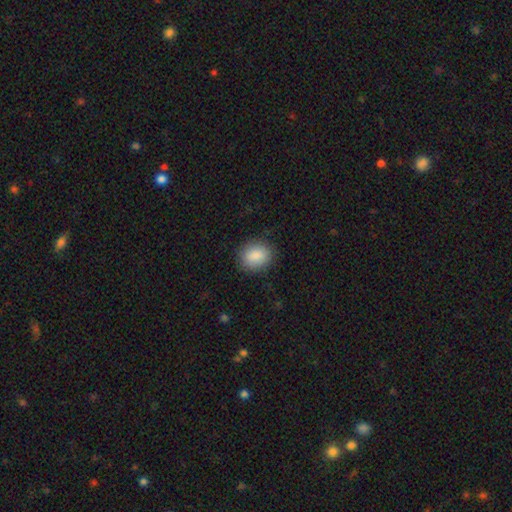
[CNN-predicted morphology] smooth 88%, star or artifact 7%, featured or disk 5%. Down the decision tree: how rounded — round (56%); merging — none (86%).